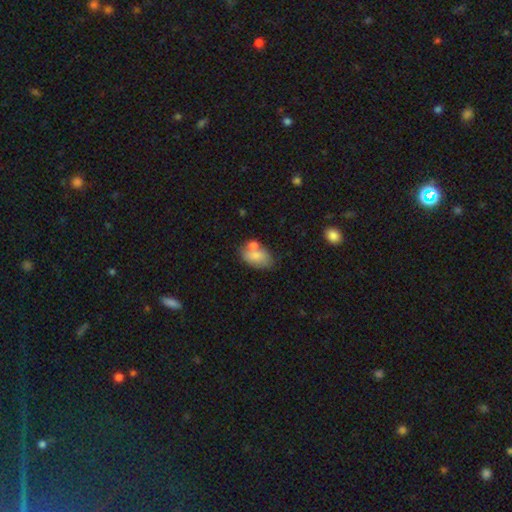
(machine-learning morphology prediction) Smooth or featured? Predicted: smooth (p=0.75). How rounded? Predicted: in between (p=0.89). Merging? Predicted: none (p=0.51).